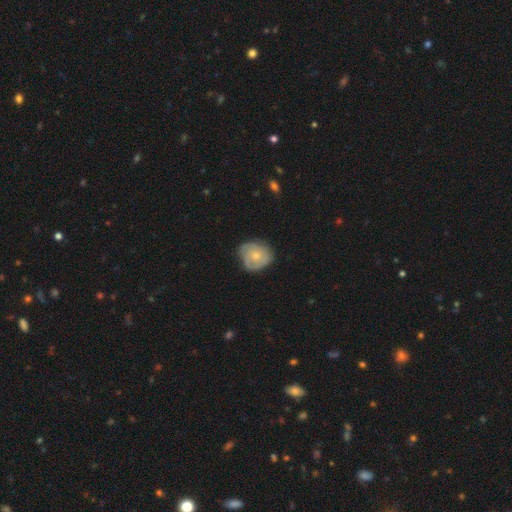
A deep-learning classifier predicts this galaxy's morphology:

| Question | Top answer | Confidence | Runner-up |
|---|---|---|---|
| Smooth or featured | featured or disk | 51% | smooth (42%) |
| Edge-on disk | no | 97% | yes (3%) |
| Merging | none | 63% | minor disturbance (28%) |